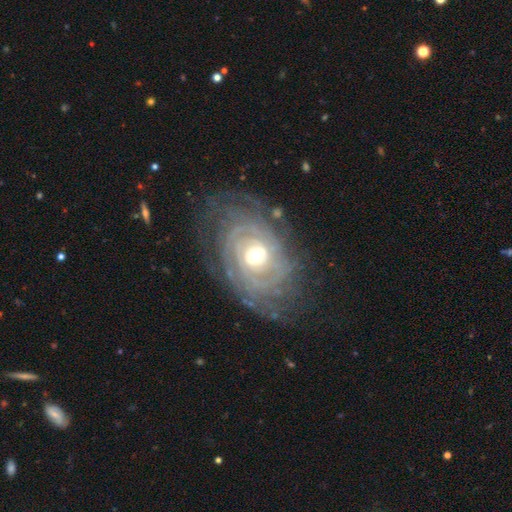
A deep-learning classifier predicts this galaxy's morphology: type=featured or disk (86%); edge-on=no (96%); bar=no (51%); spiral arms=yes (93%); winding=tight (78%); arm count=can't tell (43%); bulge=moderate (65%); merging=none (69%).